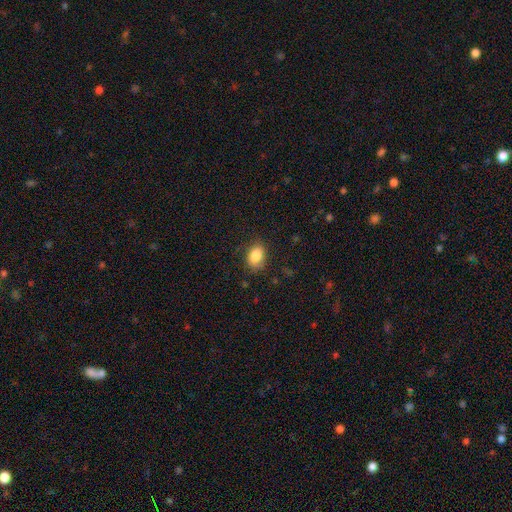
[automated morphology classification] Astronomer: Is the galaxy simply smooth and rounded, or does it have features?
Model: smooth — 86%.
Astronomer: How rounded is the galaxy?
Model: in between — 79%.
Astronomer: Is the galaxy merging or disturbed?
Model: none — 80%.